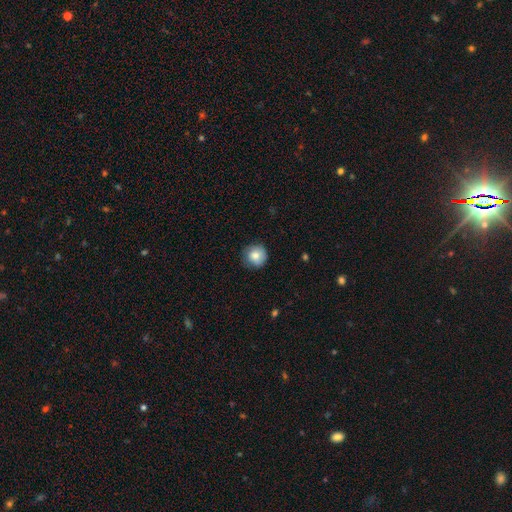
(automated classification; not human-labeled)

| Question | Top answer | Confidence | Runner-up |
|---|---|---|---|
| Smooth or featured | smooth | 80% | featured or disk (11%) |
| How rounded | round | 92% | in between (7%) |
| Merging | none | 77% | minor disturbance (18%) |